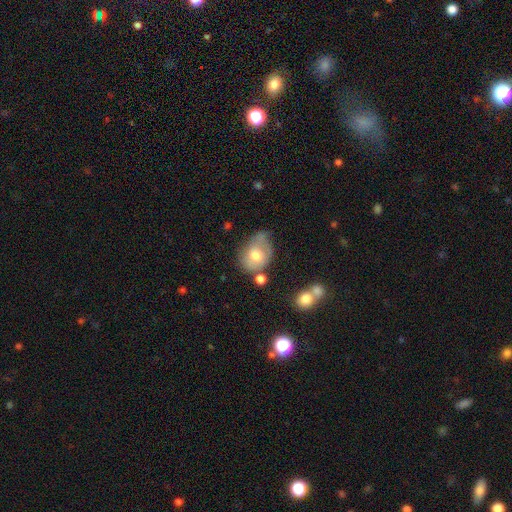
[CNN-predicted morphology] A smooth galaxy with no disk features (64%) that is in between round and cigar-shaped (60%). Merging: none (35%).